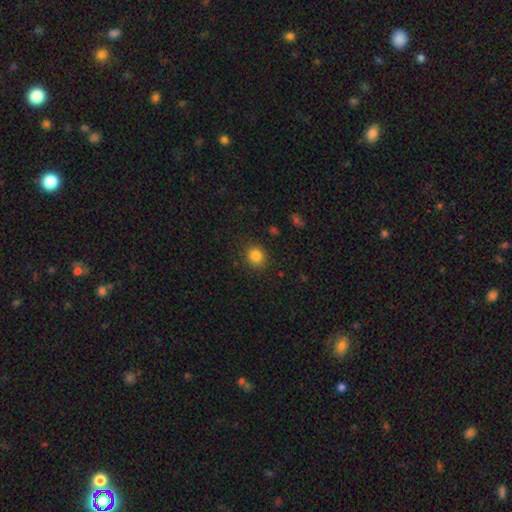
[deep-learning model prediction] Morphology: type=smooth (83%); roundness=round (74%); merging=none (88%).